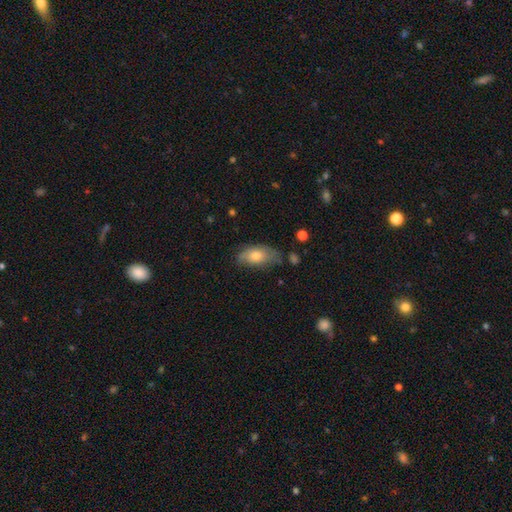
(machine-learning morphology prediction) smooth 65%, featured or disk 27%, star or artifact 7%. Down the decision tree: how rounded — in between (90%); merging — none (60%).